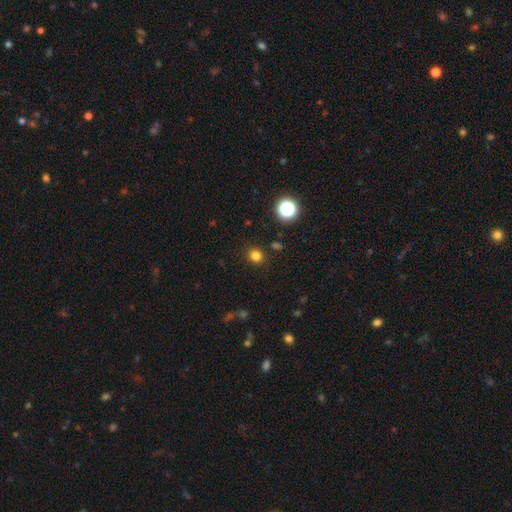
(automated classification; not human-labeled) A smooth galaxy with no disk features (79%) that is round (89%).

Vote fractions:
- Smooth or featured? smooth: 79% / star or artifact: 16% / featured or disk: 4%
- How rounded? round: 89% / in between: 10% / cigar-shaped: 1%
- Merging? none: 90% / minor disturbance: 6% / major disturbance: 2% / merger: 2%